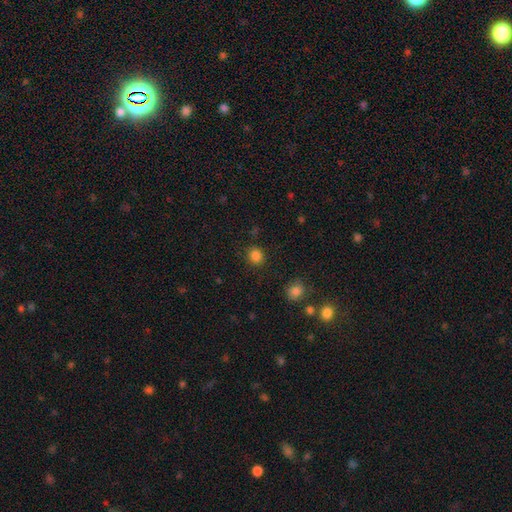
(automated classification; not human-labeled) A smooth galaxy with no disk features (84%) that is round (83%). Merging: none (88%).